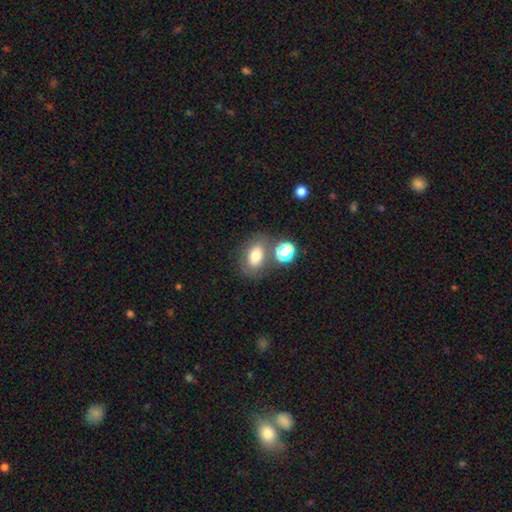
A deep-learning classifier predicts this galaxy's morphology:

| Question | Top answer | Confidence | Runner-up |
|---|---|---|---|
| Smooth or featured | smooth | 70% | featured or disk (17%) |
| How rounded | in between | 76% | round (22%) |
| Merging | none | 63% | merger (18%) |